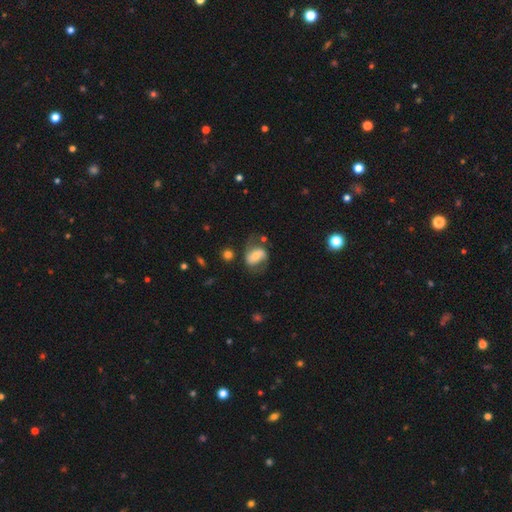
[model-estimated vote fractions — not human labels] featured or disk 53%, smooth 39%, star or artifact 8%. Down the decision tree: edge-on disk — no (95%); bar — strong (38%); spiral arms — yes (77%); bulge size — moderate (46%); merging — none (54%).